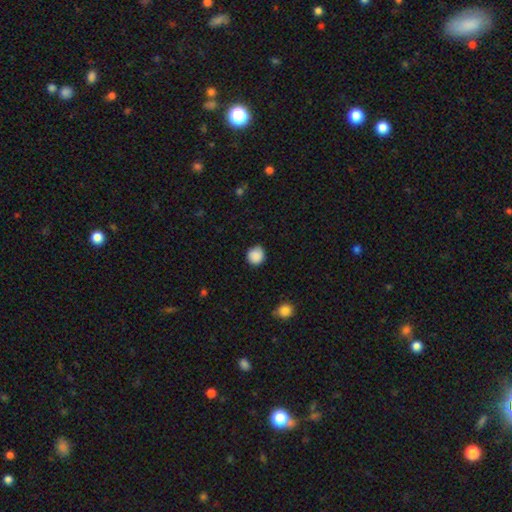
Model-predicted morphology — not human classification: smooth_or_featured: smooth (p=0.89) [alt: star or artifact p=0.09]
how_rounded: round (p=0.90) [alt: in between p=0.09]
merging: none (p=0.86) [alt: minor disturbance p=0.11]